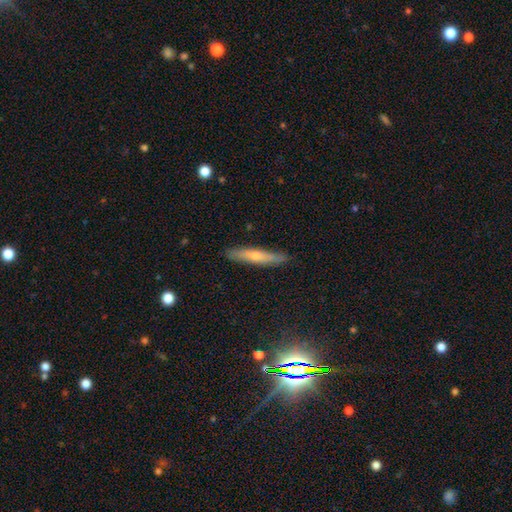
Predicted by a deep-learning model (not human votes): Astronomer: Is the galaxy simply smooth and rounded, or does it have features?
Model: smooth — 51% (runner-up: featured or disk, 41%).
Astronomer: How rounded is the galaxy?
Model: cigar-shaped — 91%.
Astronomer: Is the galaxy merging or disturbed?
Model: none — 88%.